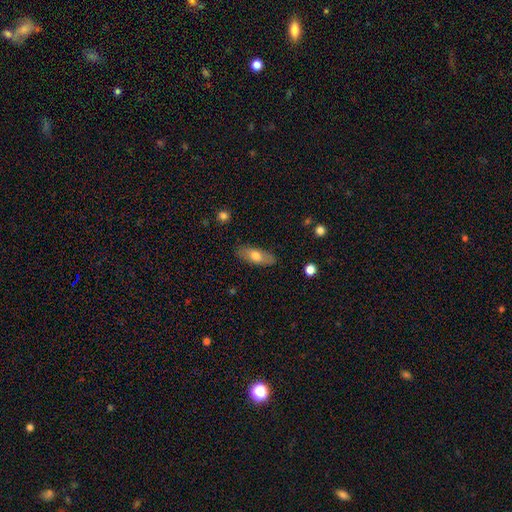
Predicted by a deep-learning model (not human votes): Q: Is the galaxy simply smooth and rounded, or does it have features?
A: smooth — 67%.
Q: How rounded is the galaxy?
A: in between — 71%.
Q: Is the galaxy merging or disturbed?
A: none — 85%.